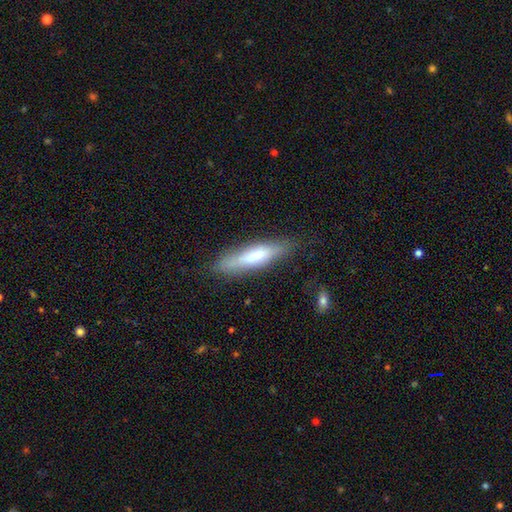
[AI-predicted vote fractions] Smooth or featured: smooth — 59% (featured or disk — 34%)
How rounded: cigar-shaped — 77% (in between — 21%)
Merging: none — 74% (minor disturbance — 18%)